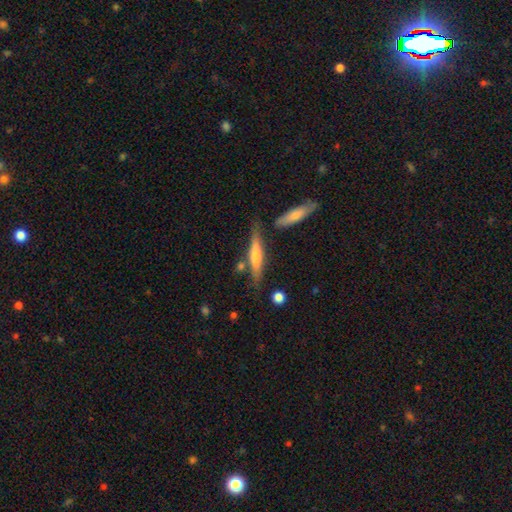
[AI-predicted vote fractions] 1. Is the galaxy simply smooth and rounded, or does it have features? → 49% featured or disk, 45% smooth, 6% star or artifact.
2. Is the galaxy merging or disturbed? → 73% none, 14% minor disturbance, 9% merger, 3% major disturbance.